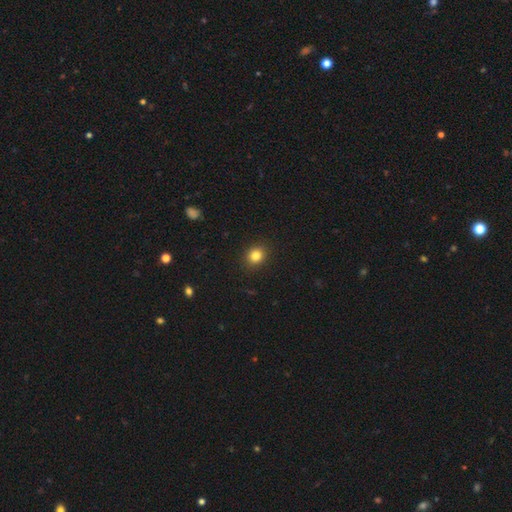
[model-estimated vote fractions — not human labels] Smooth or featured? smooth (83%)
How rounded? round (75%)
Merging? none (91%)